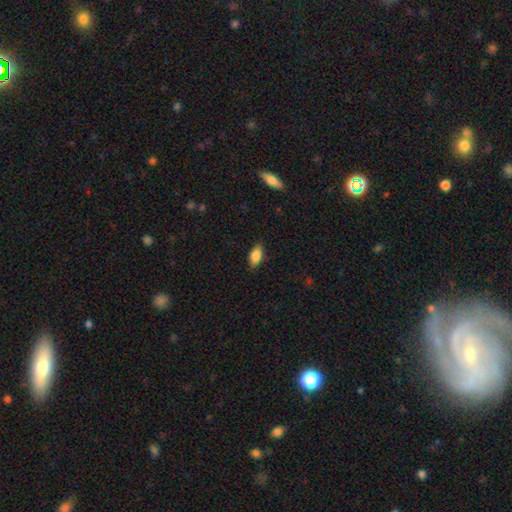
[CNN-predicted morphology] Overall: smooth (86%). How rounded: in between (91%). Merging: none (84%).